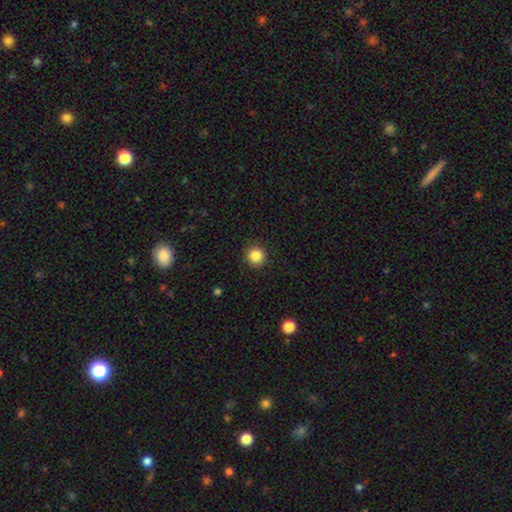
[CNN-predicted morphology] Overall: smooth (87%). How rounded: round (94%). Merging: none (91%).